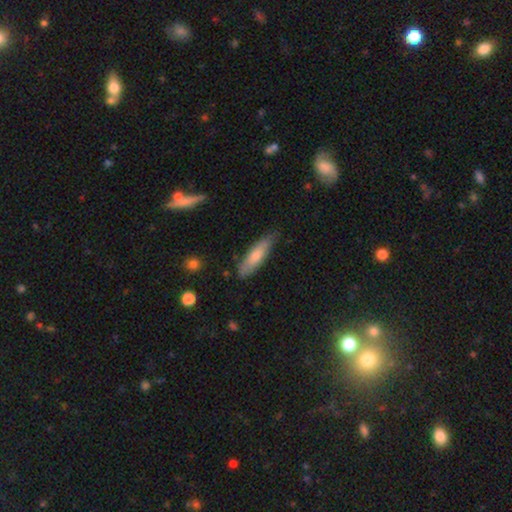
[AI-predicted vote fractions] Overall: smooth (65%; featured or disk 29%). How rounded: cigar-shaped (65%; in between 33%). Merging: none (76%).